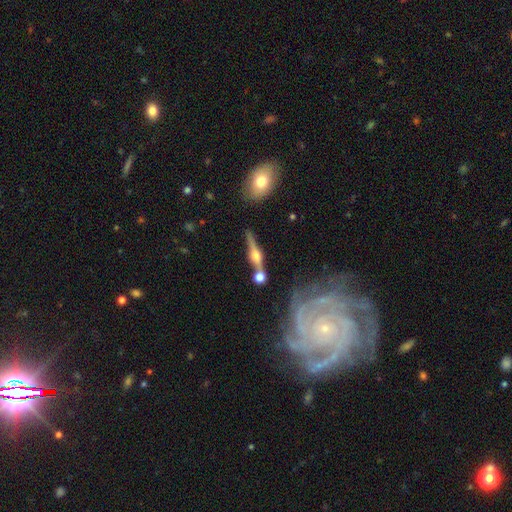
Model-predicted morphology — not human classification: A featured or disk galaxy (78%) viewed edge-on (96%) with a rounded central bulge (93%). Merging: none (71%).